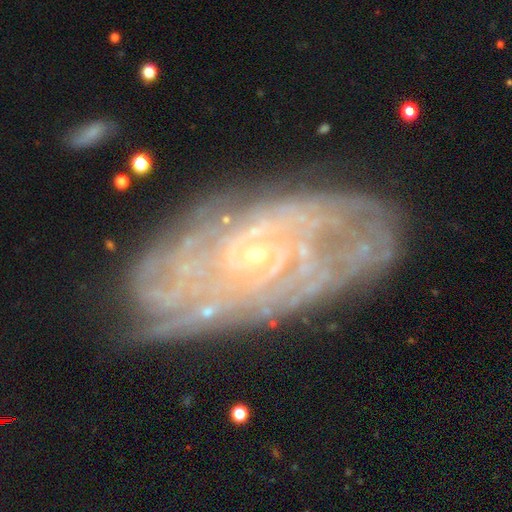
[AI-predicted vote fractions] Q: Smooth or featured?
A: featured or disk (84%); runner-up: smooth (8%)
Q: Edge-on disk?
A: no (93%); runner-up: yes (7%)
Q: Bar?
A: no (72%); runner-up: weak (22%)
Q: Spiral arms?
A: yes (94%); runner-up: no (6%)
Q: Spiral winding?
A: tight (73%); runner-up: medium (21%)
Q: Spiral arm count?
A: can't tell (40%); runner-up: more than 4 (18%)
Q: Bulge size?
A: small (85%); runner-up: moderate (11%)
Q: Merging?
A: none (78%); runner-up: minor disturbance (15%)